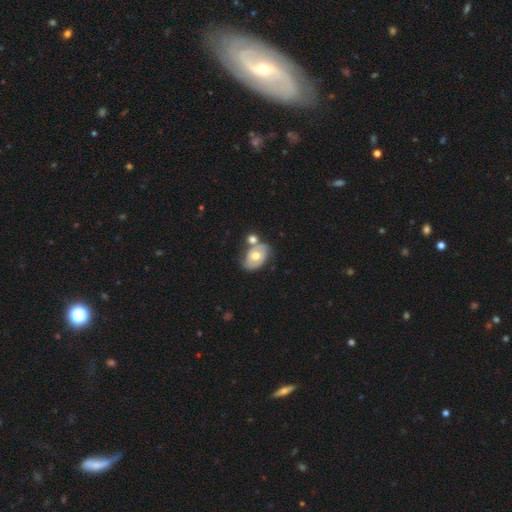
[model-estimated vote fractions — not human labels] Overall: featured or disk (50%; smooth 43%). Edge-on disk: no (94%). Merging: none (52%; merger 26%).